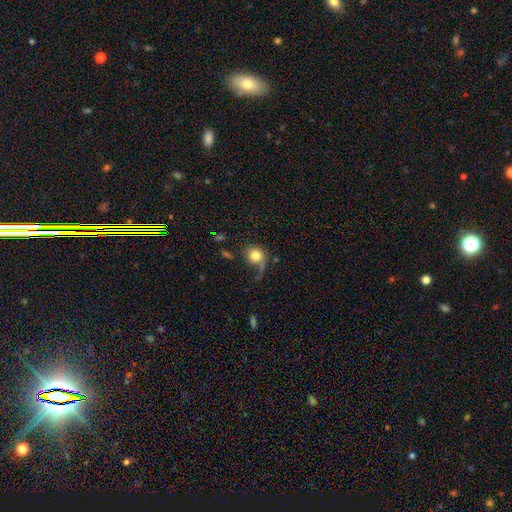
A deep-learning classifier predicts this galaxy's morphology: Q: Smooth or featured?
A: smooth (73%); runner-up: featured or disk (18%)
Q: How rounded?
A: round (82%); runner-up: in between (17%)
Q: Merging?
A: none (46%); runner-up: major disturbance (27%)